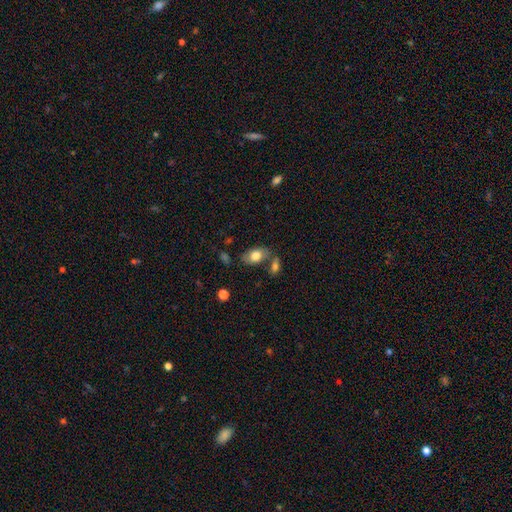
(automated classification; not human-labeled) smooth 77%, featured or disk 16%, star or artifact 7%. Down the decision tree: how rounded — in between (90%); merging — none (66%).